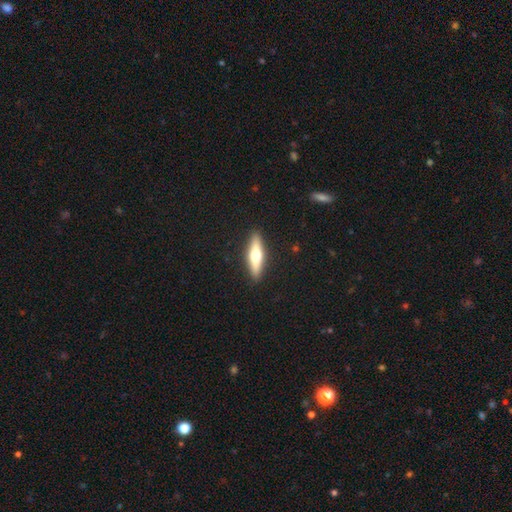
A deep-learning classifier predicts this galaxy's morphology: Smooth or featured? smooth (49%)
Merging? none (91%)